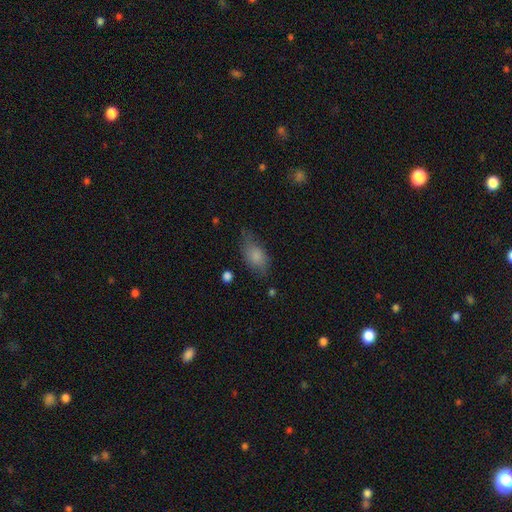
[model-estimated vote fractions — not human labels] The model was most divided on "merging": none: 58%, minor disturbance: 29%, major disturbance: 11%, merger: 2%. More confident: how rounded — in between (88%); smooth or featured — smooth (78%).